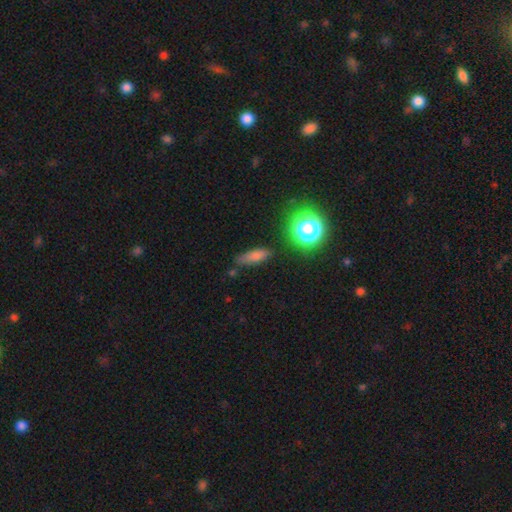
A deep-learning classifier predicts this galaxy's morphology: Smooth or featured: smooth — 69% (star or artifact — 20%)
How rounded: cigar-shaped — 48% (in between — 41%)
Merging: none — 73% (minor disturbance — 19%)